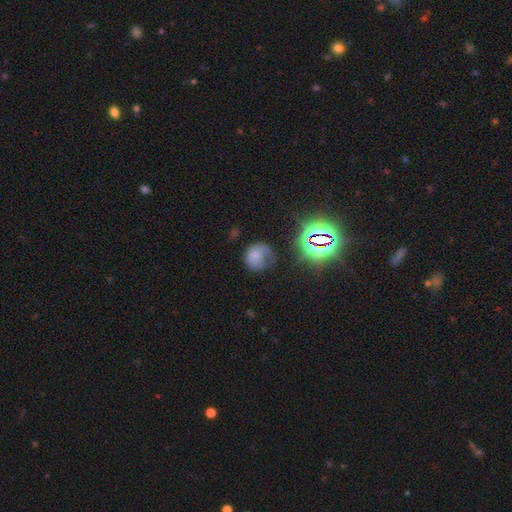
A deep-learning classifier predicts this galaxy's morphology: Smooth or featured?
  - smooth: 57% *
  - featured or disk: 25%
  - star or artifact: 18%
How rounded?
  - round: 72% *
  - in between: 27%
  - cigar-shaped: 1%
Merging?
  - none: 38% *
  - major disturbance: 30%
  - minor disturbance: 28%
  - merger: 4%